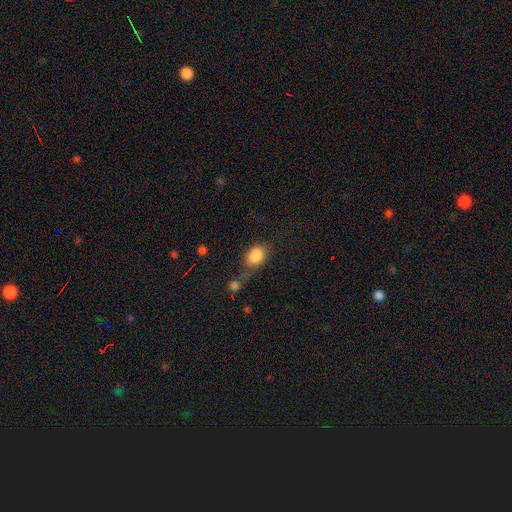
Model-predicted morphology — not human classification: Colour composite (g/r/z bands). It shows a smooth galaxy with no disk features (85%) that is in between round and cigar-shaped (66%). Merging: none (51%).